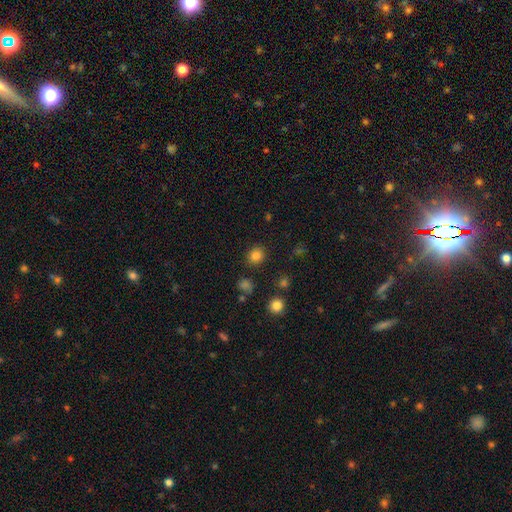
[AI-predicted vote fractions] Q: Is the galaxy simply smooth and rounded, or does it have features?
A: smooth — 82%.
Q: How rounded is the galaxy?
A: round — 79%.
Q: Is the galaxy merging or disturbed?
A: none — 88%.